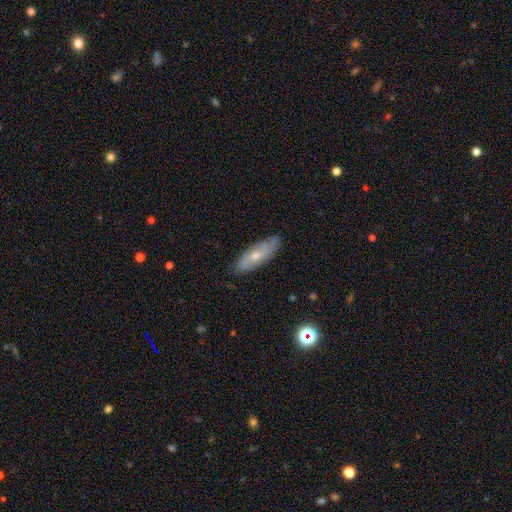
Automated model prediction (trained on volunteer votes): This is possibly a featured or disk galaxy (57%). It is likely not viewed edge-on (74%). Merging: clearly none (80%).